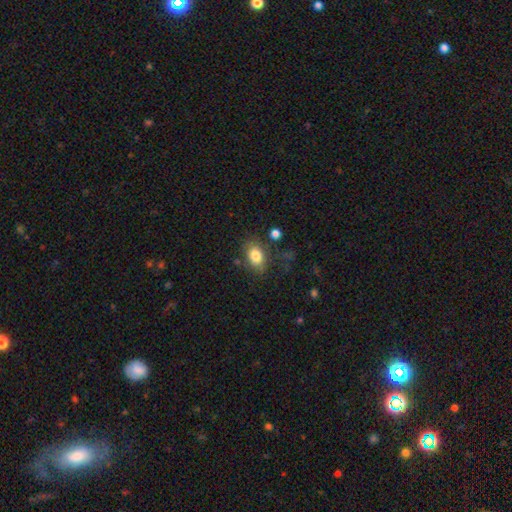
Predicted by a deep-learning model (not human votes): Smooth or featured? smooth (82%)
How rounded? in between (82%)
Merging? none (75%)